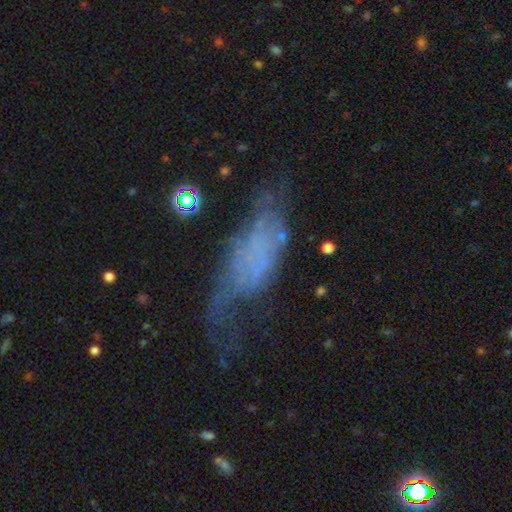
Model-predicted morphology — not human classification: Smooth or featured? Predicted: featured or disk (p=0.52). Edge-on disk? Predicted: no (p=0.80). Merging? Predicted: major disturbance (p=0.40).